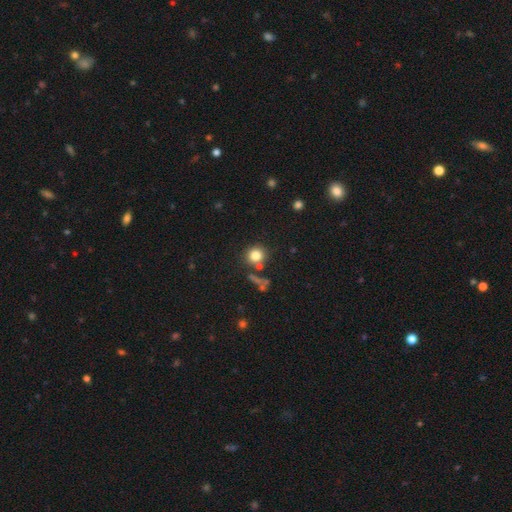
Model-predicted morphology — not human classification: This appears to be a smooth galaxy with no disk features (80%) that is round (87%). Merging: none (75%).